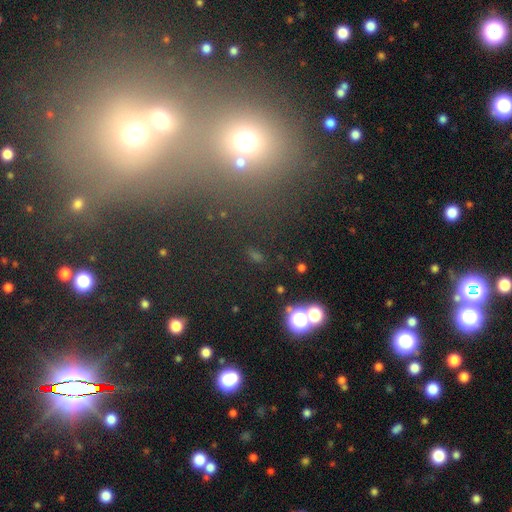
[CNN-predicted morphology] smooth_or_featured: star or artifact (p=0.46) [alt: smooth p=0.42]